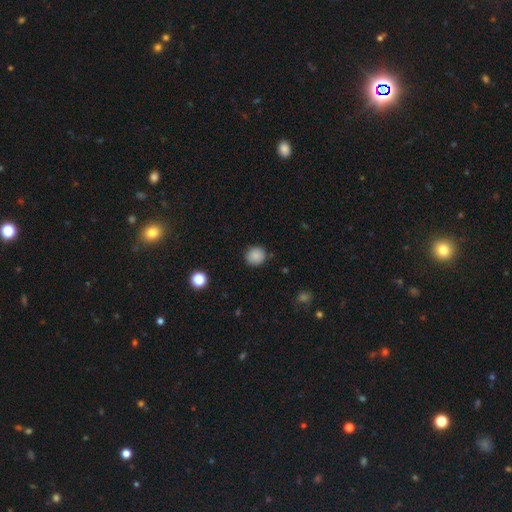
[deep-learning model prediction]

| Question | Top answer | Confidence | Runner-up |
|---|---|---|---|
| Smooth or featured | smooth | 87% | star or artifact (10%) |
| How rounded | round | 87% | in between (12%) |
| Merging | none | 86% | minor disturbance (10%) |